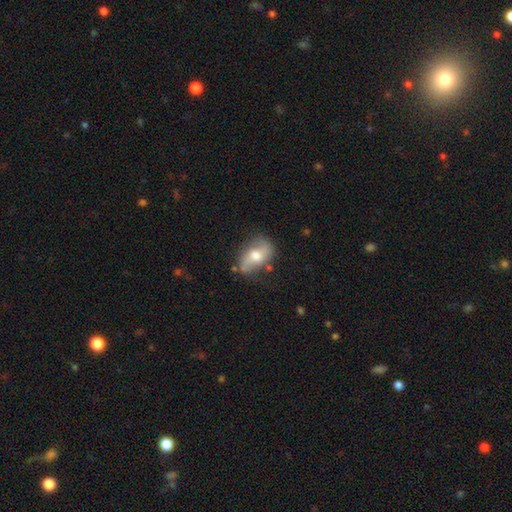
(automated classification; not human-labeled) Overall: featured or disk (58%; smooth 35%). Edge-on disk: no (93%). Bar: no (48%; weak 38%). Spiral arms: yes (79%). Bulge size: moderate (67%). Merging: none (64%).